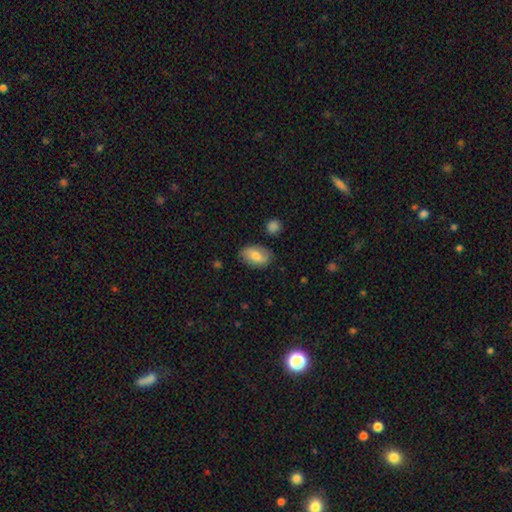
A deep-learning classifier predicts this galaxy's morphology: The model was most divided on "smooth or featured": smooth: 70%, featured or disk: 23%, star or artifact: 7%. More confident: how rounded — in between (88%); merging — none (78%).